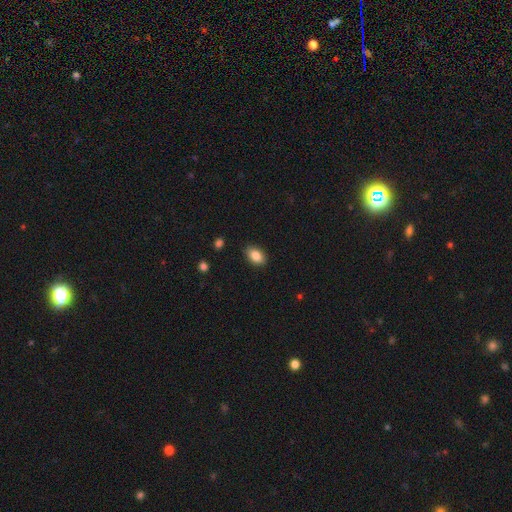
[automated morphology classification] Smooth or featured? smooth (86%)
How rounded? in between (88%)
Merging? none (87%)